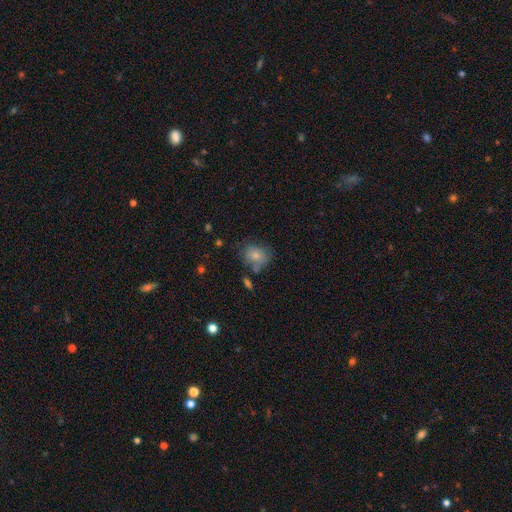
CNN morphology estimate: Q: Smooth or featured?
A: smooth (76%); runner-up: featured or disk (15%)
Q: How rounded?
A: round (60%); runner-up: in between (39%)
Q: Merging?
A: none (60%); runner-up: minor disturbance (23%)